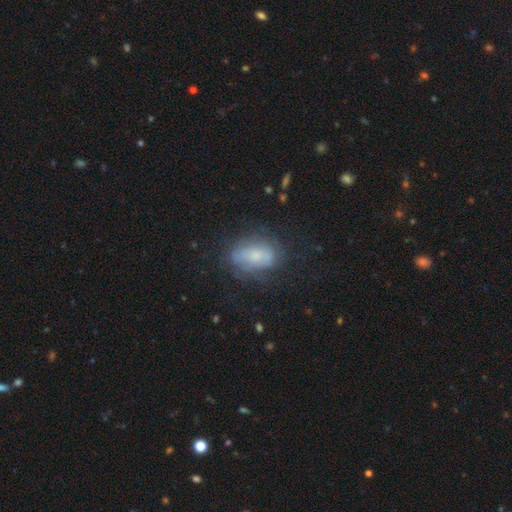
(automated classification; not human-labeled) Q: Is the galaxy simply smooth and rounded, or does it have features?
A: smooth — 55%.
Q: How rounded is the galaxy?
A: in between — 84%.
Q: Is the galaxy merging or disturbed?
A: none — 62%.